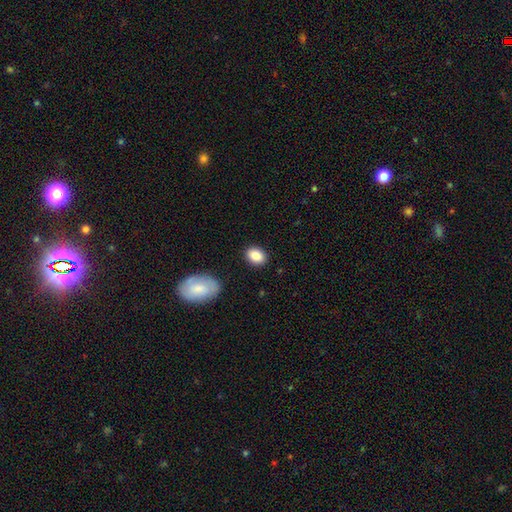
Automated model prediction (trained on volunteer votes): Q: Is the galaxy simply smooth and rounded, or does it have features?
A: smooth — 86%.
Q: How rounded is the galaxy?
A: in between — 67%.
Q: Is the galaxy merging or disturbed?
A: none — 88%.